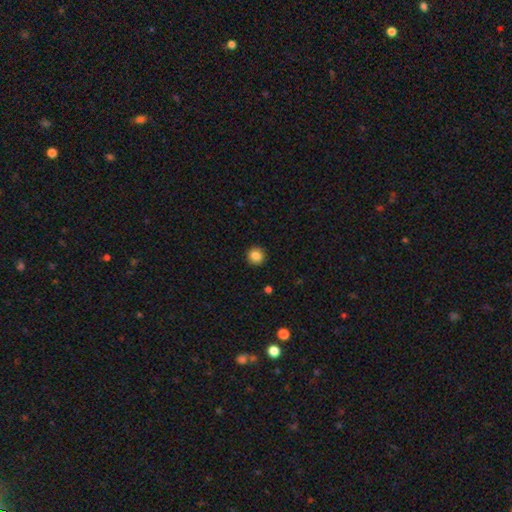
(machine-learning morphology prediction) The model was most divided on "smooth or featured": smooth: 85%, star or artifact: 9%, featured or disk: 5%. More confident: how rounded — round (93%); merging — none (91%).